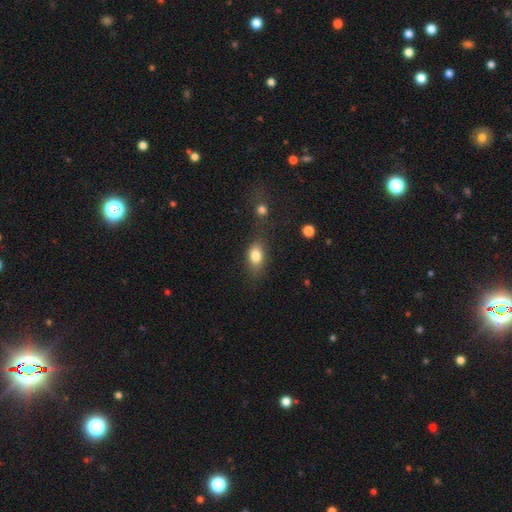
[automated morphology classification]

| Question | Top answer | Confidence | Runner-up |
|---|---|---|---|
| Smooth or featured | smooth | 81% | featured or disk (10%) |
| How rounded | in between | 77% | round (19%) |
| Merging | none | 64% | minor disturbance (19%) |